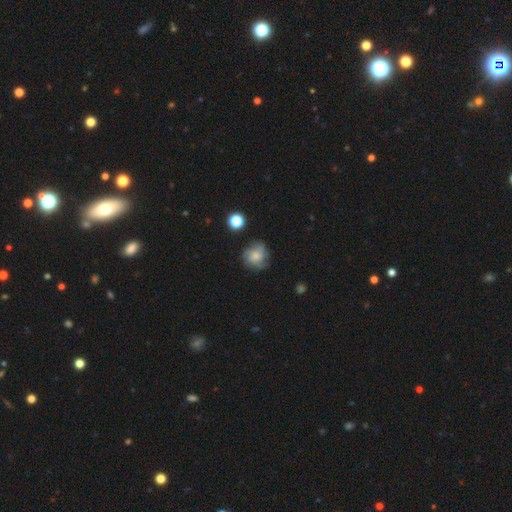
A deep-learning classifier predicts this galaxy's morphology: The model was most divided on "smooth or featured": smooth: 46%, featured or disk: 44%, star or artifact: 10%. More confident: merging — none (69%).